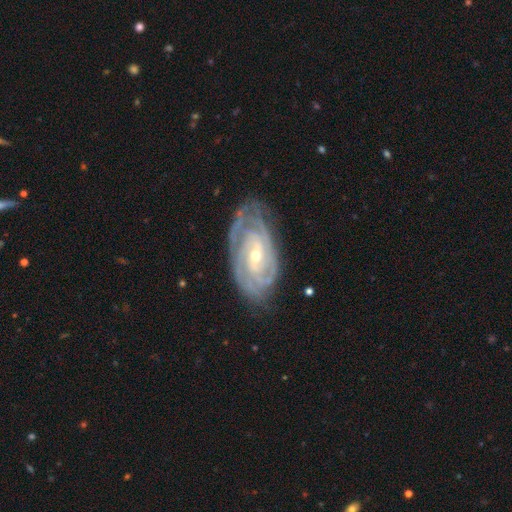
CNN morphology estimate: The model was most divided on "spiral arm count" (2-way tie): can't tell: 28%, 2: 28%, 3: 22%, 4: 12%, more than 4: 6%, 1: 5%. Remaining: spiral arms — yes (97%); edge-on disk — no (95%); smooth or featured — featured or disk (89%); spiral winding — tight (78%); merging — none (74%); bulge size — small (58%); bar — no (48%).